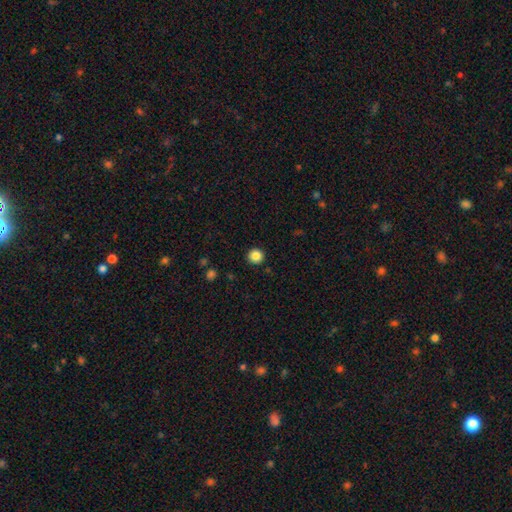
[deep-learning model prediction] Smooth or featured: smooth — 86% (star or artifact — 11%)
How rounded: round — 95% (in between — 4%)
Merging: none — 92% (minor disturbance — 5%)